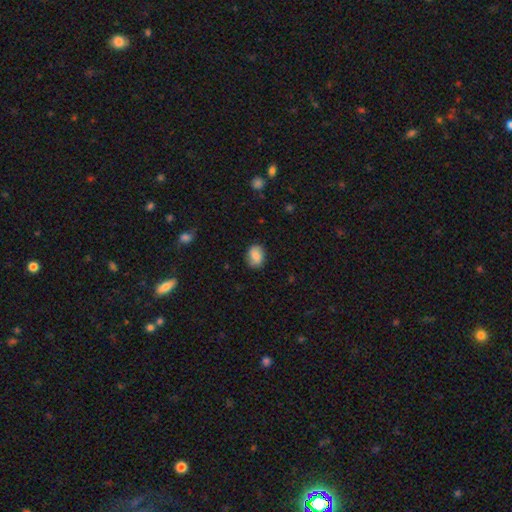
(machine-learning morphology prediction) Smooth or featured: smooth — 77% (featured or disk — 15%)
How rounded: in between — 56% (round — 43%)
Merging: none — 80% (minor disturbance — 15%)